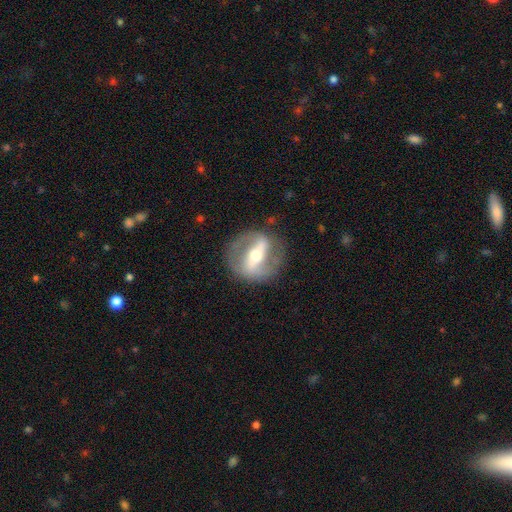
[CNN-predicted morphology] Smooth or featured? Predicted: featured or disk (p=0.79). Edge-on disk? Predicted: no (p=0.86). Bar? Predicted: strong (p=0.70). Spiral arms? Predicted: yes (p=0.61). Bulge size? Predicted: moderate (p=0.66). Merging? Predicted: none (p=0.81).